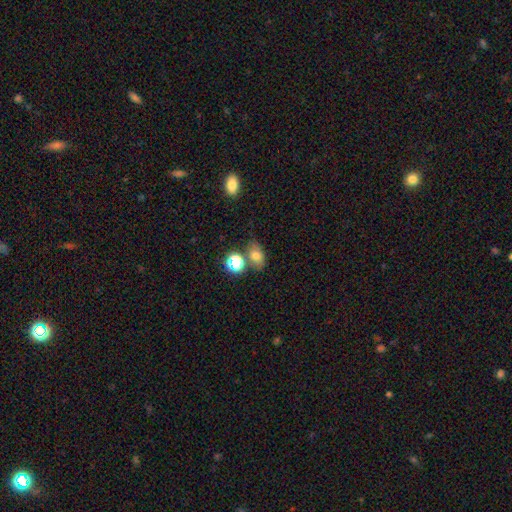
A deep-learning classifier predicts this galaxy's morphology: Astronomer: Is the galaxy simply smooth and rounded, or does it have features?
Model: smooth — 71%.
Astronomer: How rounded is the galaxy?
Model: in between — 74%.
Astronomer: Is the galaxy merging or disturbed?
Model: none — 67%.